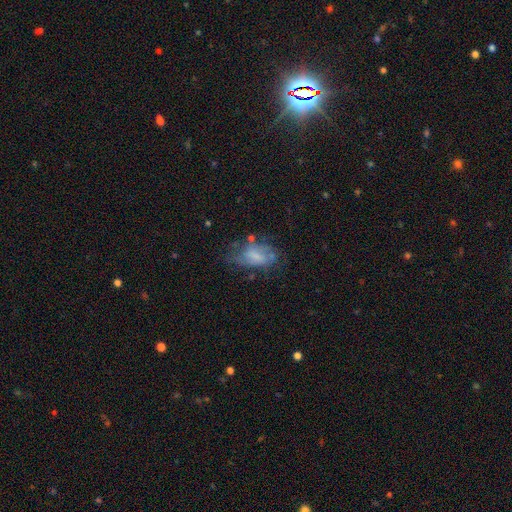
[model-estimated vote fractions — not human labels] smooth 46%, featured or disk 44%, star or artifact 10%. Down the decision tree: merging — none (40%).